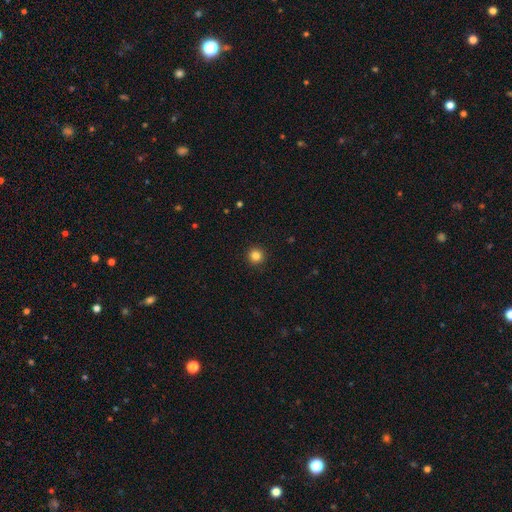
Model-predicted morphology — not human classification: This appears to be a smooth galaxy with no disk features (84%) that is round (96%). Merging: none (93%).